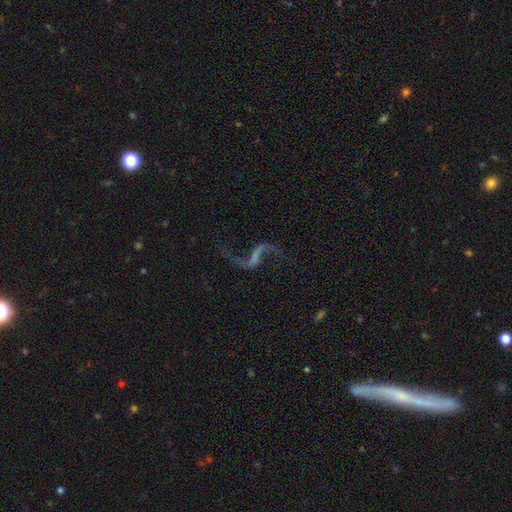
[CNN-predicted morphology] type=featured or disk (87%); edge-on=no (96%); bar=weak (40%); spiral arms=yes (95%); winding=loose (92%); arm count=2 (93%); bulge=none (65%); merging=none (76%).